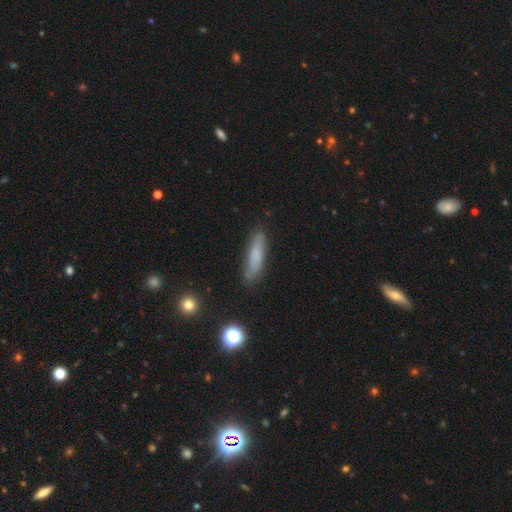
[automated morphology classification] Overall: smooth (72%). How rounded: cigar-shaped (82%). Merging: none (83%).